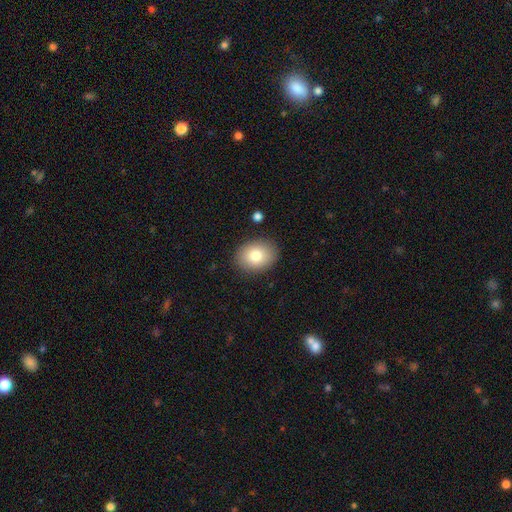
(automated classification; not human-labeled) smooth 81%, featured or disk 11%, star or artifact 8%. Down the decision tree: how rounded — in between (65%); merging — none (87%).